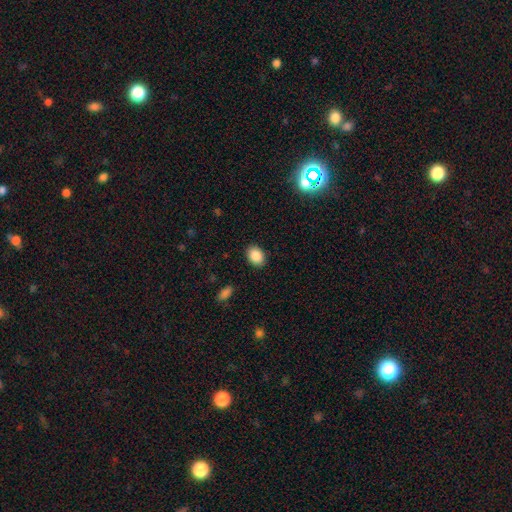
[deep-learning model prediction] A smooth galaxy with no disk features (88%) that is in between round and cigar-shaped (72%). Merging: none (89%).